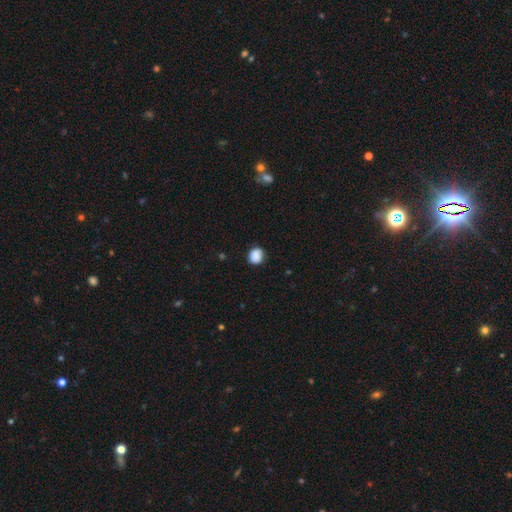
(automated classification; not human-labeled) Smooth or featured?
  - smooth: 88% *
  - star or artifact: 9%
  - featured or disk: 4%
How rounded?
  - round: 80% *
  - in between: 19%
  - cigar-shaped: 1%
Merging?
  - none: 84% *
  - minor disturbance: 12%
  - major disturbance: 3%
  - merger: 1%